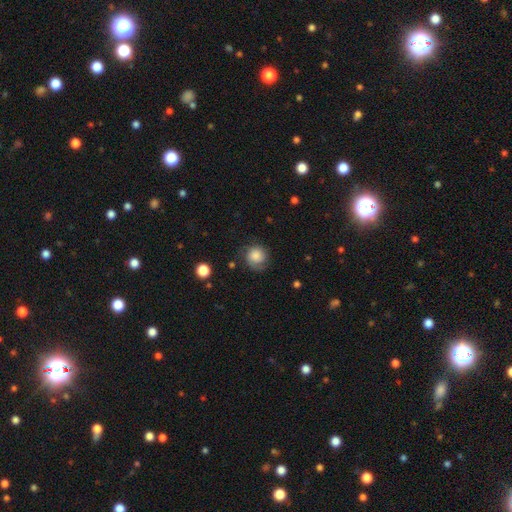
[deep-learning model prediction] Morphology: type=smooth (70%); roundness=round (88%); merging=none (66%).